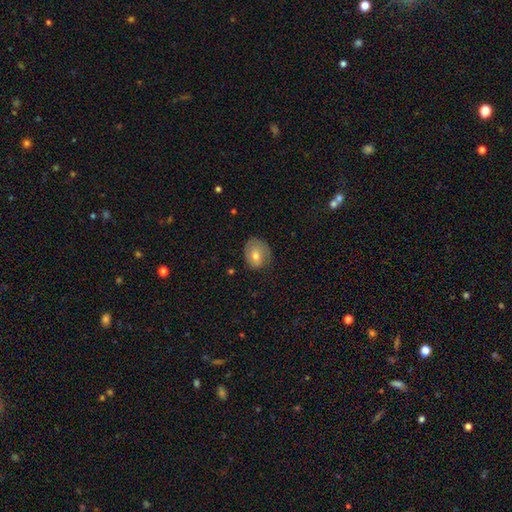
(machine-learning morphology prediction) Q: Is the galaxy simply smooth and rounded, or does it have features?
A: smooth — 53%.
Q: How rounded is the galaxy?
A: in between — 51%.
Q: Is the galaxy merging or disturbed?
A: none — 64%.